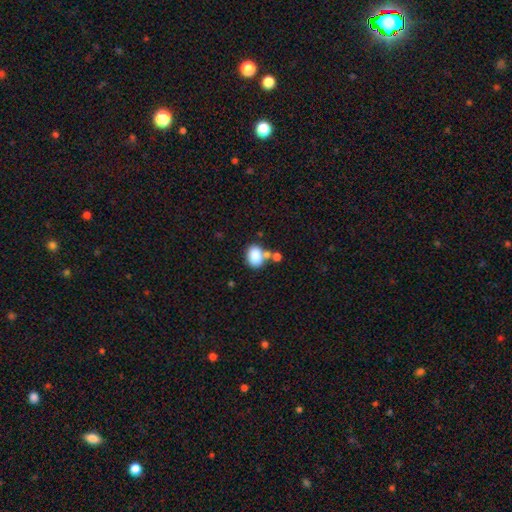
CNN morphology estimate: Smooth or featured? Predicted: smooth (p=0.85). How rounded? Predicted: in between (p=0.76). Merging? Predicted: none (p=0.52).